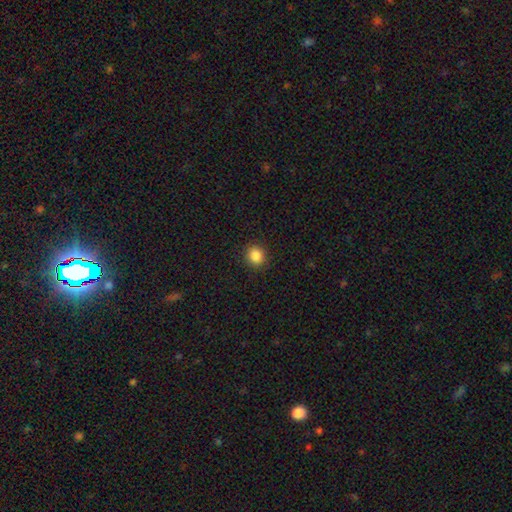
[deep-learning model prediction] Overall: smooth (86%). How rounded: round (78%). Merging: none (91%).